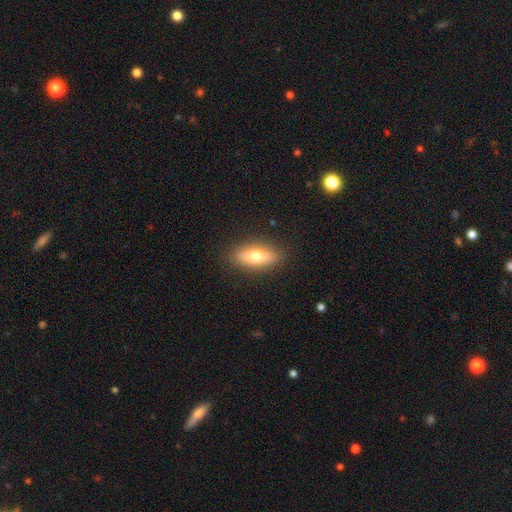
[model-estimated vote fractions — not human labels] smooth-or-featured: smooth: 66% | featured or disk: 26% | star or artifact: 7%
  how-rounded: in between: 71% | cigar-shaped: 25% | round: 4%
  merging: none: 87% | minor disturbance: 9% | major disturbance: 3% | merger: 1%